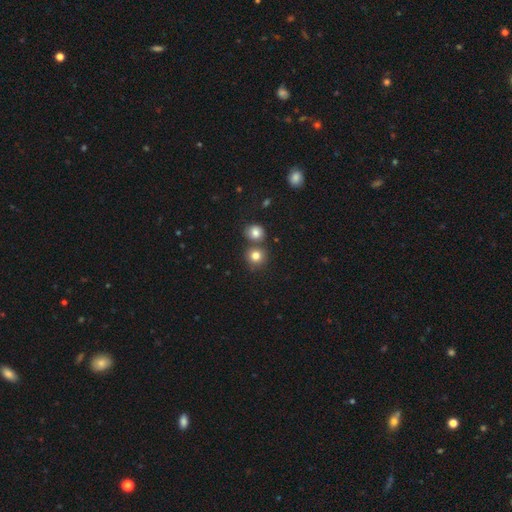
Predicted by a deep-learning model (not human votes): Smooth or featured?
  - smooth: 81% *
  - star or artifact: 12%
  - featured or disk: 7%
How rounded?
  - round: 89% *
  - in between: 11%
  - cigar-shaped: 1%
Merging?
  - none: 64% *
  - merger: 26%
  - minor disturbance: 7%
  - major disturbance: 3%